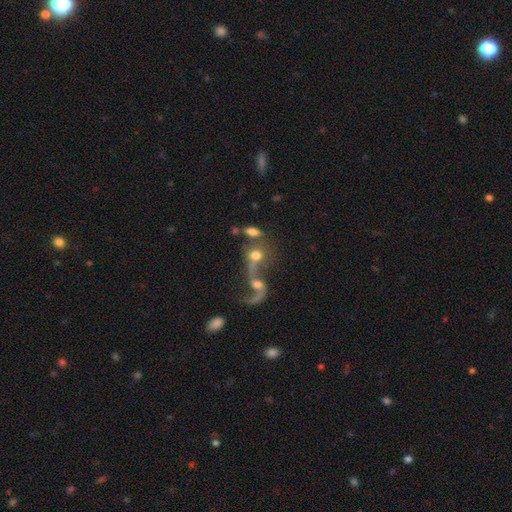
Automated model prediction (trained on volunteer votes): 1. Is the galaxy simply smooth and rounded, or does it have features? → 49% smooth, 38% featured or disk, 13% star or artifact.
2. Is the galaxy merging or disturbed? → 52% merger, 27% none, 12% major disturbance, 9% minor disturbance.